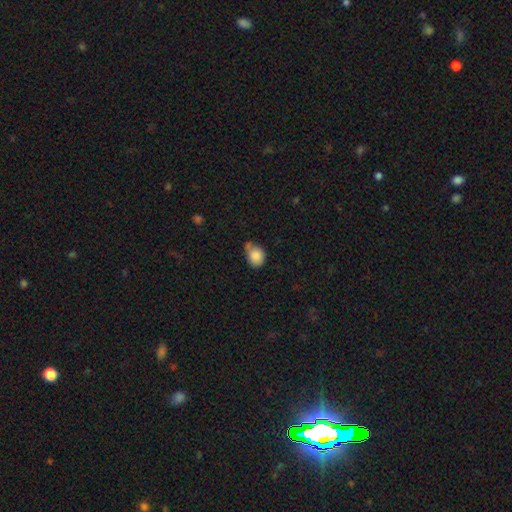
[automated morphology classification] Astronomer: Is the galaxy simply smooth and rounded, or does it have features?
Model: smooth — 86%.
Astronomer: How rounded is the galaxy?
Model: round — 61% (runner-up: in between, 38%).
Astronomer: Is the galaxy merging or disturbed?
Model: none — 45% (runner-up: minor disturbance, 30%).